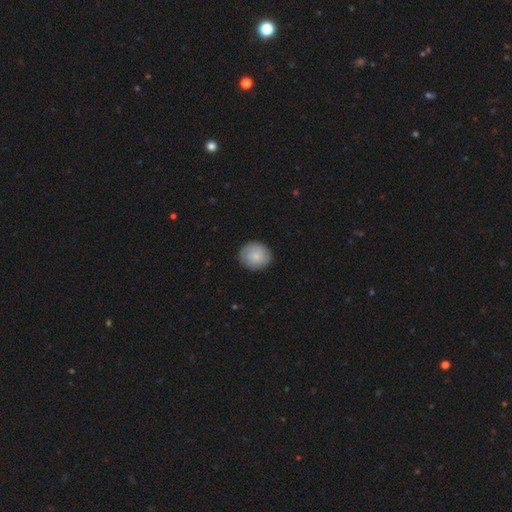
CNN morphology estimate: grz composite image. It shows a smooth galaxy with no disk features (79%) that is round (84%). Merging: none (87%).